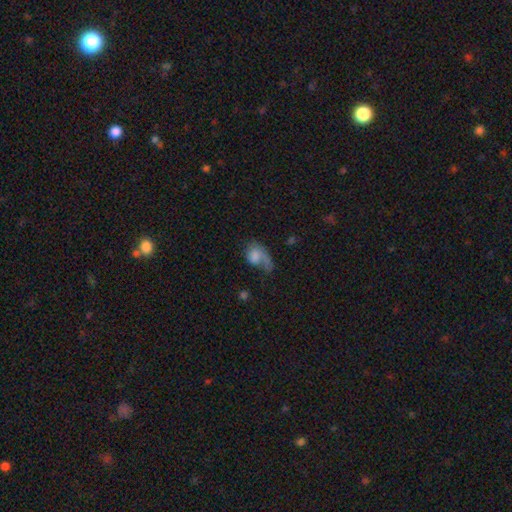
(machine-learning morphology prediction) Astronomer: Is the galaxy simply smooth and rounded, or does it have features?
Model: smooth — 53% (runner-up: featured or disk, 38%).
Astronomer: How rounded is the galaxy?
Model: in between — 75%.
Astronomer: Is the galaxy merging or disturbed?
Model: major disturbance — 49% (runner-up: none, 25%).